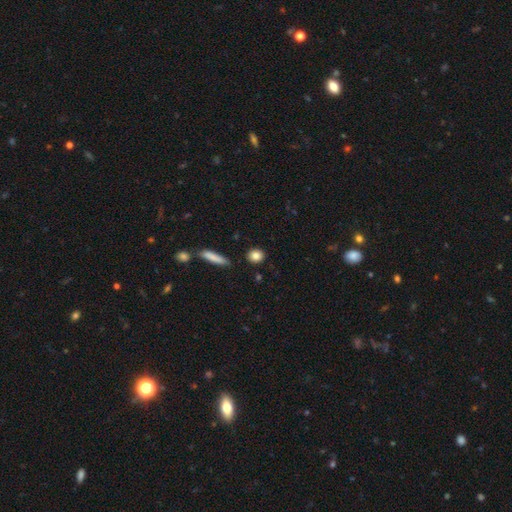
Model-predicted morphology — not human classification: Smooth or featured? smooth (84%)
How rounded? round (64%)
Merging? none (87%)